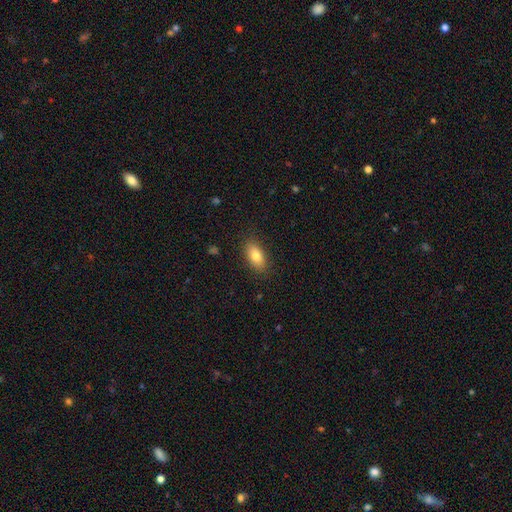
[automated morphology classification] The model was most divided on "smooth or featured": smooth: 80%, featured or disk: 12%, star or artifact: 8%. More confident: how rounded — in between (88%); merging — none (86%).